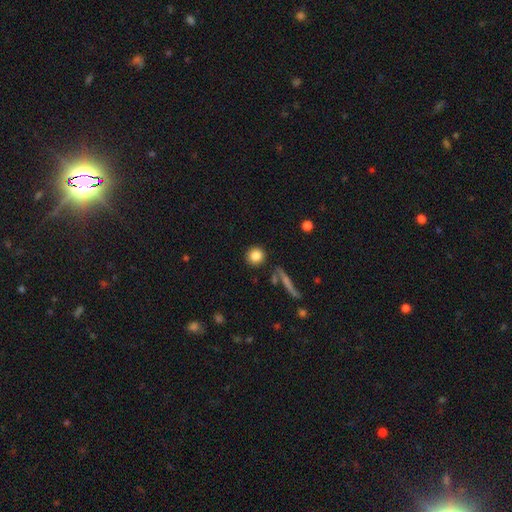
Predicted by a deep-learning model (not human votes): Morphology: type=smooth (83%); roundness=round (91%); merging=none (86%).